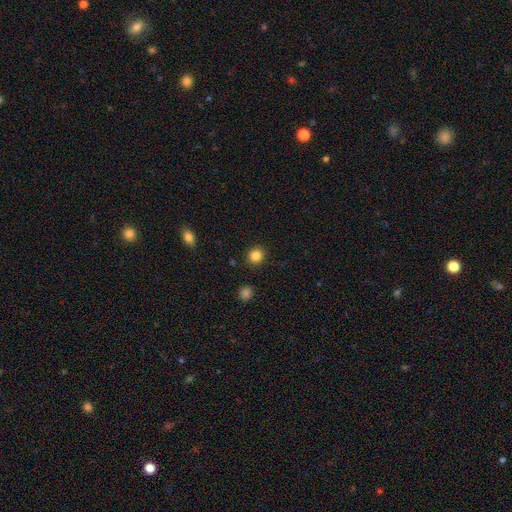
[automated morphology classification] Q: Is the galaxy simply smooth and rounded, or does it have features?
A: smooth — 85%.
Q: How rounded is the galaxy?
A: round — 83%.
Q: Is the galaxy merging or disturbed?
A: none — 90%.